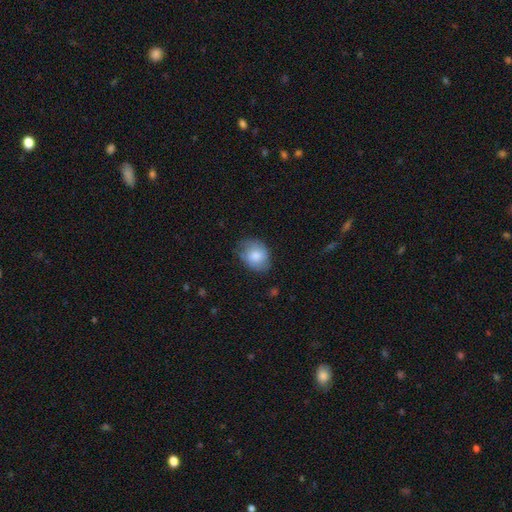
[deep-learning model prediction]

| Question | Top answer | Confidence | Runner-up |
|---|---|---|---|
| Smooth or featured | smooth | 75% | featured or disk (18%) |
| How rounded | in between | 58% | round (41%) |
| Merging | none | 63% | minor disturbance (28%) |